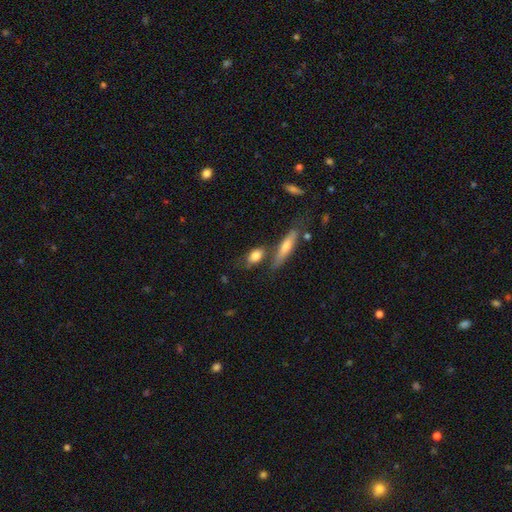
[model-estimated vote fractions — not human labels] smooth-or-featured: smooth: 78% | featured or disk: 15% | star or artifact: 7%
  how-rounded: in between: 73% | cigar-shaped: 16% | round: 11%
  merging: none: 58% | merger: 19% | minor disturbance: 17% | major disturbance: 6%